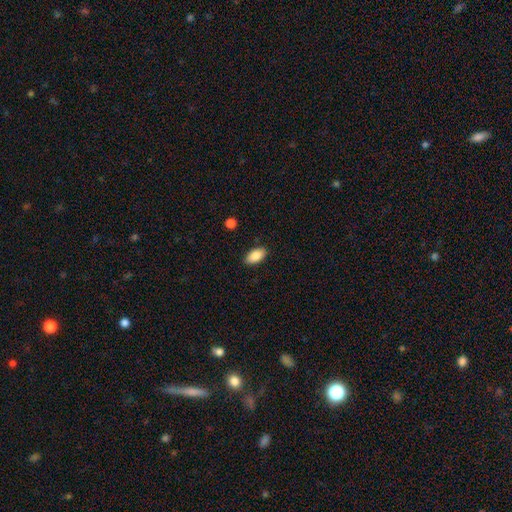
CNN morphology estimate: smooth_or_featured: smooth (p=0.87) [alt: star or artifact p=0.07]
how_rounded: in between (p=0.93) [alt: cigar-shaped p=0.03]
merging: none (p=0.87) [alt: minor disturbance p=0.09]